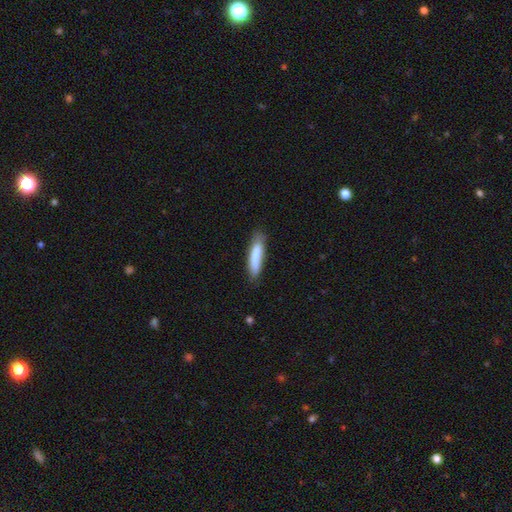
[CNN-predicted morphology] This is clearly a smooth galaxy (82%). How rounded: likely cigar-shaped (77%). Merging: likely none (72%).